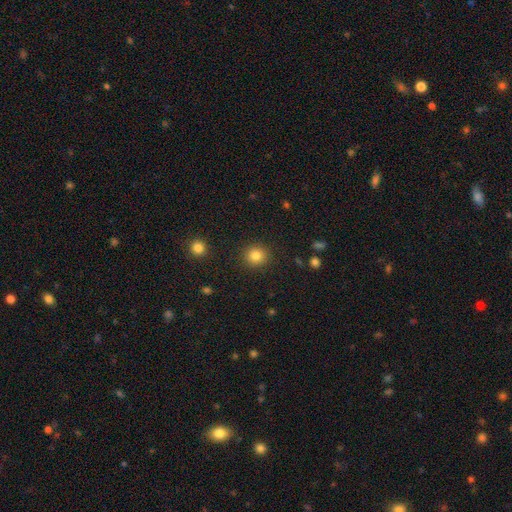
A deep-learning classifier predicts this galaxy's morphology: smooth_or_featured: smooth (p=0.84) [alt: star or artifact p=0.11]
how_rounded: round (p=0.89) [alt: in between p=0.10]
merging: none (p=0.90) [alt: minor disturbance p=0.06]